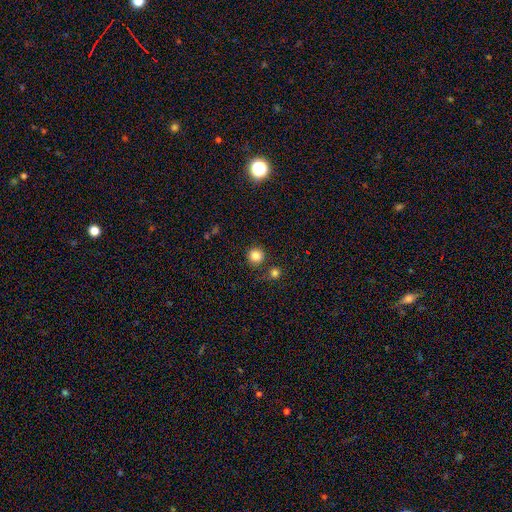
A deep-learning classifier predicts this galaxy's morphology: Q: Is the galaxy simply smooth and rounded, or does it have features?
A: smooth — 84%.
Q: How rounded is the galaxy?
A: round — 93%.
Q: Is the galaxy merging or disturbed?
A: none — 80%.